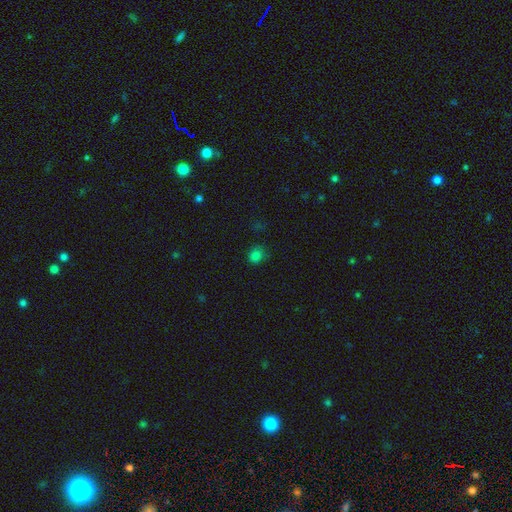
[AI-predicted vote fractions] Smooth or featured? smooth (78%)
How rounded? round (73%)
Merging? none (75%)